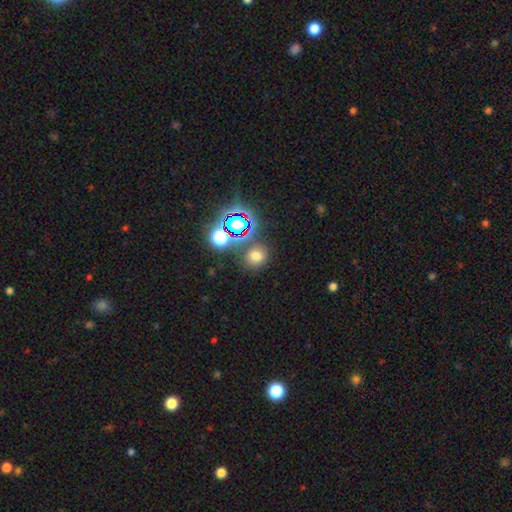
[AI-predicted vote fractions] smooth_or_featured: smooth (p=0.63) [alt: star or artifact p=0.28]
how_rounded: round (p=0.71) [alt: in between p=0.28]
merging: none (p=0.74) [alt: minor disturbance p=0.11]